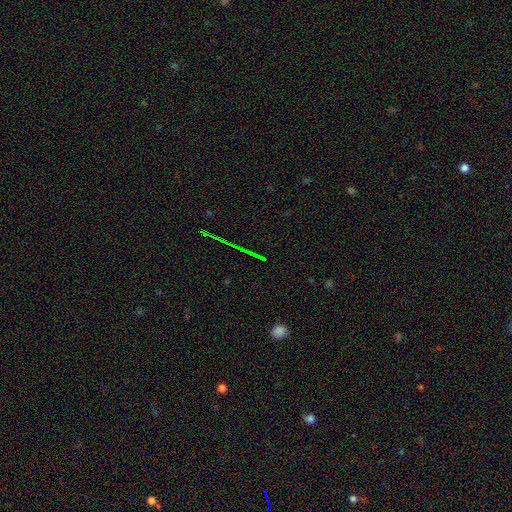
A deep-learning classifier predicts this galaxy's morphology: star or artifact 76%, featured or disk 14%, smooth 10%.